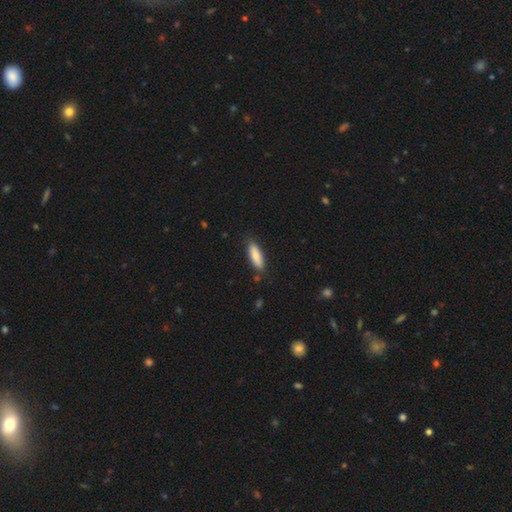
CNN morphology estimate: A smooth galaxy with no disk features (84%) that is cigar-shaped (50%).

Vote fractions:
- Smooth or featured? smooth: 84% / featured or disk: 10% / star or artifact: 6%
- How rounded? cigar-shaped: 50% / in between: 49% / round: 2%
- Merging? none: 84% / minor disturbance: 12% / major disturbance: 2% / merger: 2%